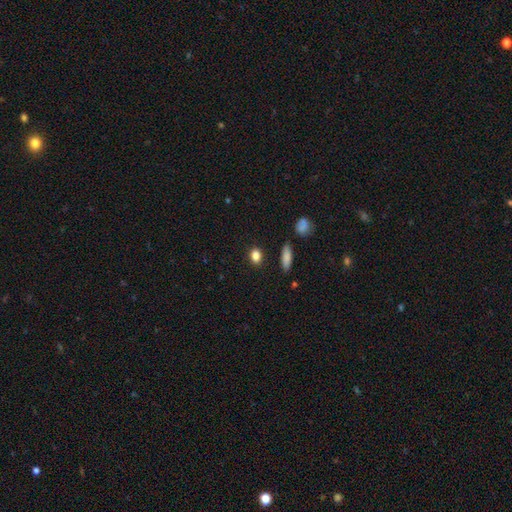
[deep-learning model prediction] Morphology: type=smooth (85%); roundness=in between (61%); merging=none (87%).